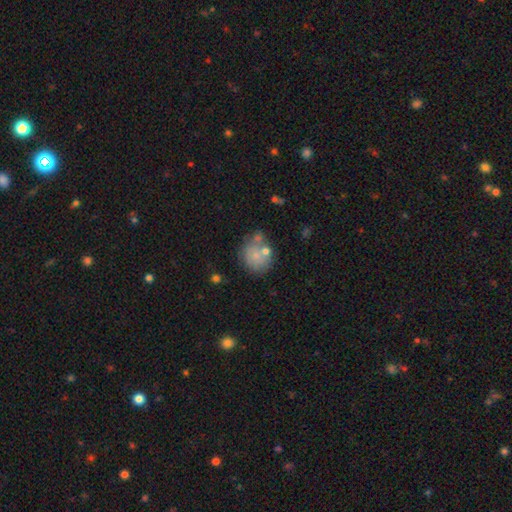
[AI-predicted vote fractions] Smooth or featured?
  - smooth: 66% *
  - featured or disk: 24%
  - star or artifact: 10%
How rounded?
  - round: 75% *
  - in between: 24%
  - cigar-shaped: 1%
Merging?
  - none: 51% *
  - merger: 21%
  - minor disturbance: 19%
  - major disturbance: 8%